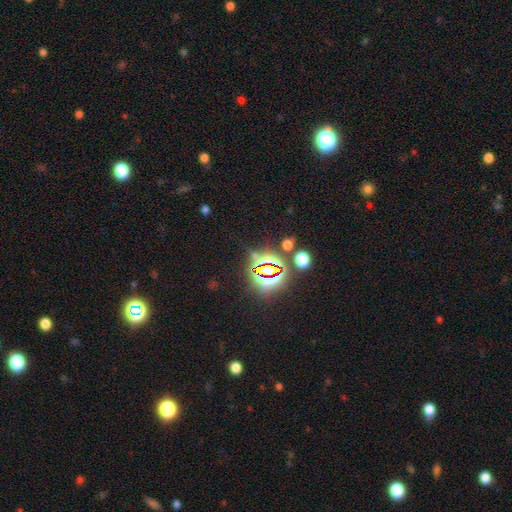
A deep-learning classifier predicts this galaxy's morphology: This is likely a star or artifact rather than a galaxy (78%).